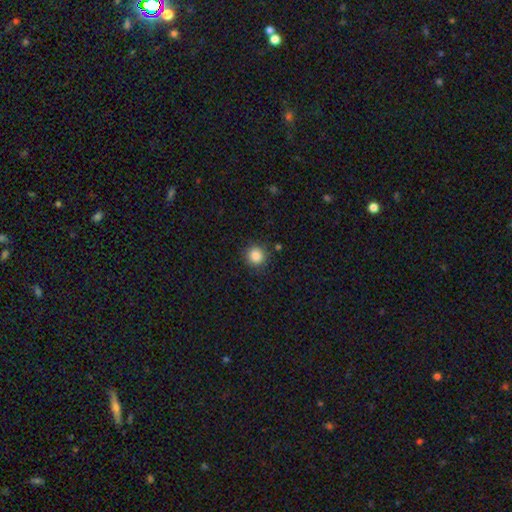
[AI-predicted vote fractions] smooth-or-featured: smooth: 86% | star or artifact: 10% | featured or disk: 4%
  how-rounded: round: 93% | in between: 6% | cigar-shaped: 1%
  merging: none: 88% | minor disturbance: 8% | major disturbance: 2% | merger: 2%